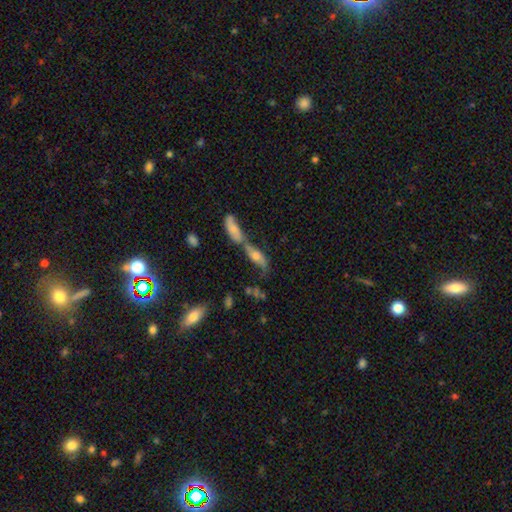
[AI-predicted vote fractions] smooth_or_featured: smooth (p=0.45) [alt: featured or disk p=0.43]
merging: merger (p=0.60) [alt: none p=0.23]